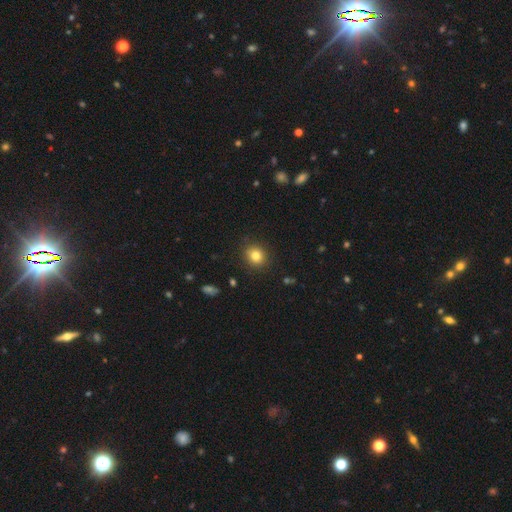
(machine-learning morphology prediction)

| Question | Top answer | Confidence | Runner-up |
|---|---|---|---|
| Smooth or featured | smooth | 82% | star or artifact (11%) |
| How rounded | round | 76% | in between (23%) |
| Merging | none | 89% | minor disturbance (8%) |